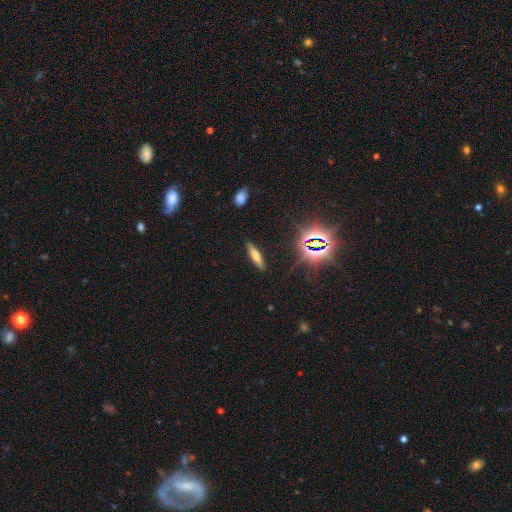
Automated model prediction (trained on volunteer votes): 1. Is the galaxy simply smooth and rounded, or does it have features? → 53% smooth, 30% featured or disk, 17% star or artifact.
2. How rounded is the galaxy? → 78% cigar-shaped, 20% in between, 3% round.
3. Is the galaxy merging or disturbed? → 88% none, 9% minor disturbance, 2% major disturbance, 2% merger.